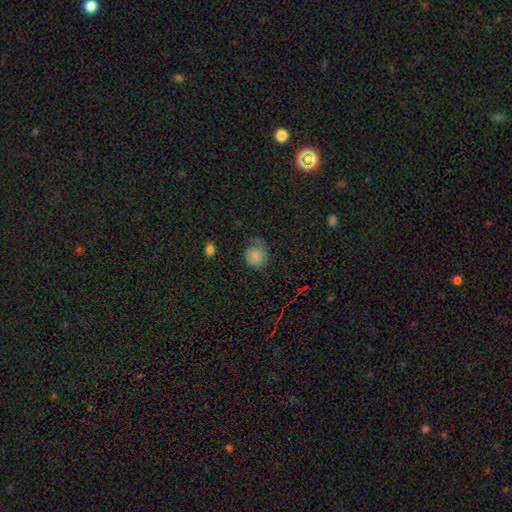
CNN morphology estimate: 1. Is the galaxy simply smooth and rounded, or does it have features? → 74% smooth, 15% star or artifact, 11% featured or disk.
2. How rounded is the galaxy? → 72% round, 27% in between, 1% cigar-shaped.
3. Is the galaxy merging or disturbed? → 53% none, 32% minor disturbance, 13% major disturbance, 2% merger.